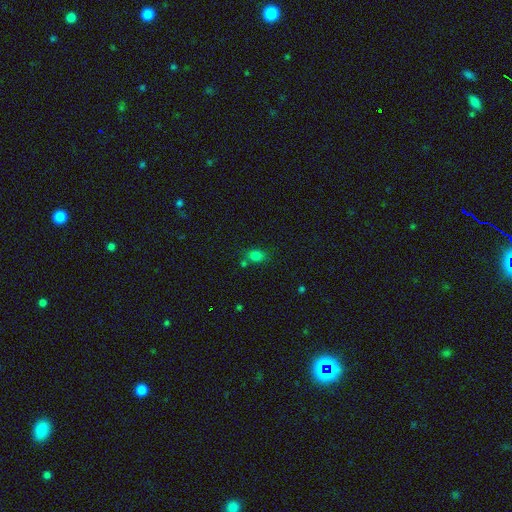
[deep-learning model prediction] smooth_or_featured: smooth (p=0.77) [alt: star or artifact p=0.17]
how_rounded: in between (p=0.58) [alt: round p=0.41]
merging: none (p=0.65) [alt: merger p=0.15]